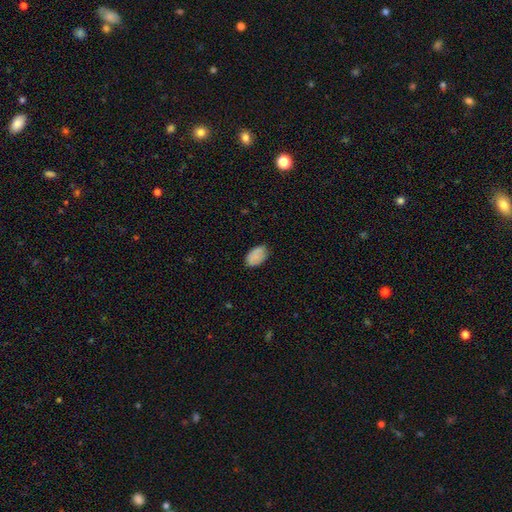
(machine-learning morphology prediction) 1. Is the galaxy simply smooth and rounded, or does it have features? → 82% smooth, 9% featured or disk, 8% star or artifact.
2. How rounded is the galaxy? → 92% in between, 7% round, 1% cigar-shaped.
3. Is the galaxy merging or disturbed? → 77% none, 19% minor disturbance, 3% major disturbance, 1% merger.